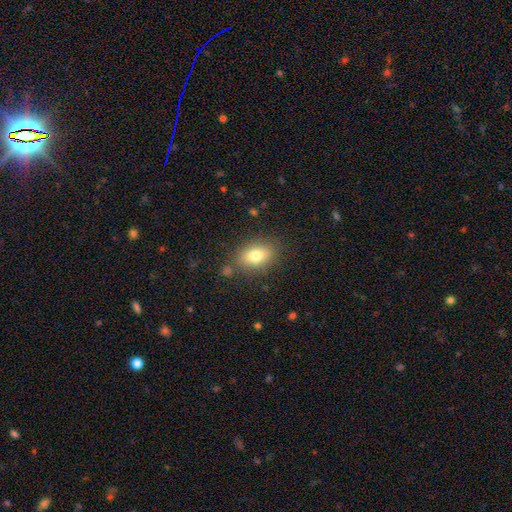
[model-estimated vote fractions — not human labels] Overall: smooth (78%). How rounded: in between (83%). Merging: none (80%).